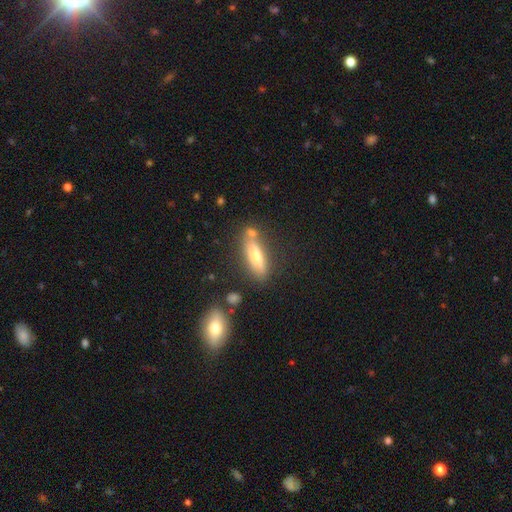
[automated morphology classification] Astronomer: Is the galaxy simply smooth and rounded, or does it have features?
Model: smooth — 56% (runner-up: featured or disk, 36%).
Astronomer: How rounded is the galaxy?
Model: cigar-shaped — 61% (runner-up: in between, 37%).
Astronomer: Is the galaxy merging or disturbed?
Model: none — 68%.